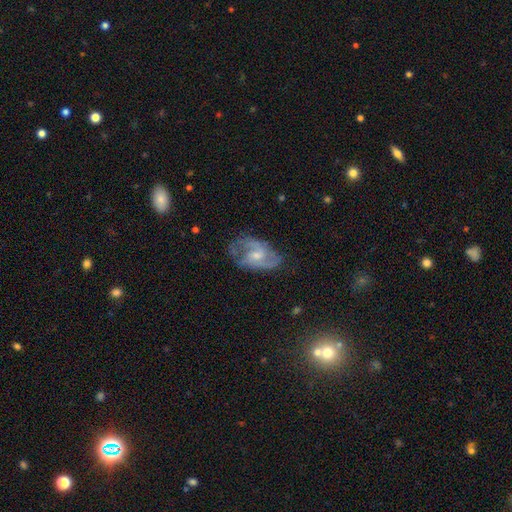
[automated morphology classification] featured or disk 80%, smooth 12%, star or artifact 8%. Down the decision tree: edge-on disk — no (96%); bar — weak (46%); spiral arms — yes (93%); spiral arm count — 2 (68%); spiral winding — medium (52%); bulge size — small (48%); merging — none (67%).